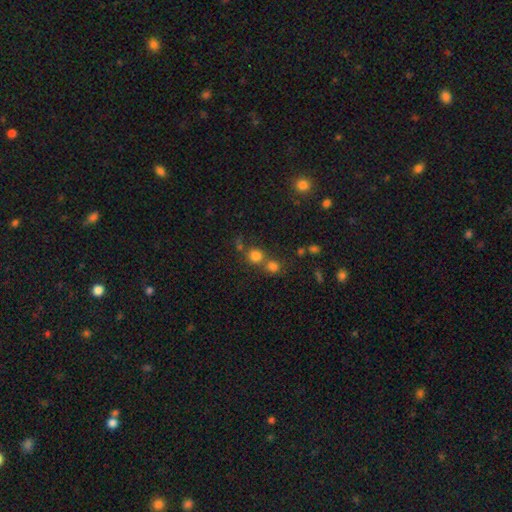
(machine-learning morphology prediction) smooth-or-featured: smooth: 76% | star or artifact: 16% | featured or disk: 8%
  how-rounded: round: 88% | in between: 11% | cigar-shaped: 1%
  merging: none: 55% | merger: 33% | minor disturbance: 8% | major disturbance: 4%